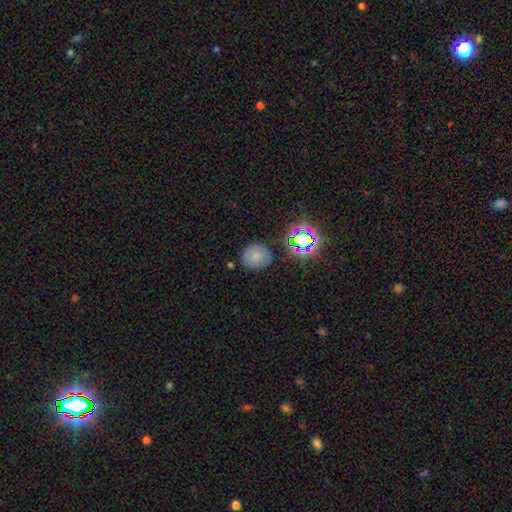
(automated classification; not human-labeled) Q: Smooth or featured?
A: smooth (68%); runner-up: star or artifact (20%)
Q: How rounded?
A: round (83%); runner-up: in between (16%)
Q: Merging?
A: none (80%); runner-up: minor disturbance (13%)